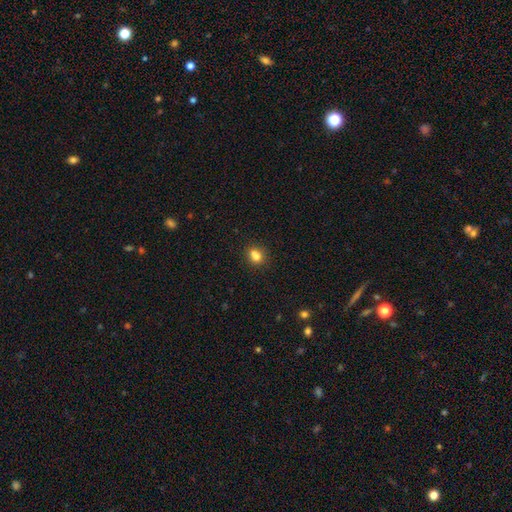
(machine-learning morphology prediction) This is likely a smooth galaxy (77%). How rounded: possibly round (60%). Merging: possibly none (52%).